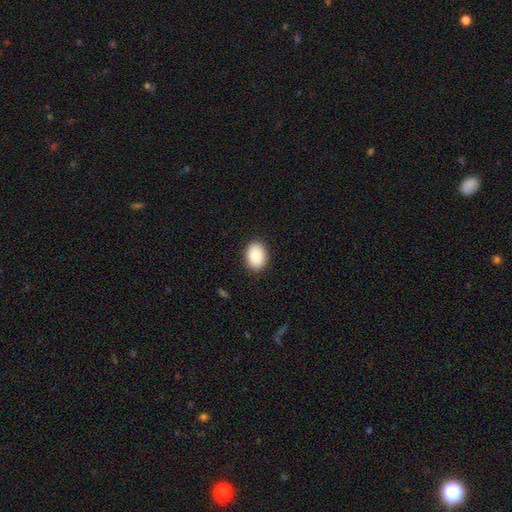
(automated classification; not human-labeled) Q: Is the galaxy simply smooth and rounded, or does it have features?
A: smooth — 90%.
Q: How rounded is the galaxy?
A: in between — 76%.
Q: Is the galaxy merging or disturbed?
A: none — 89%.